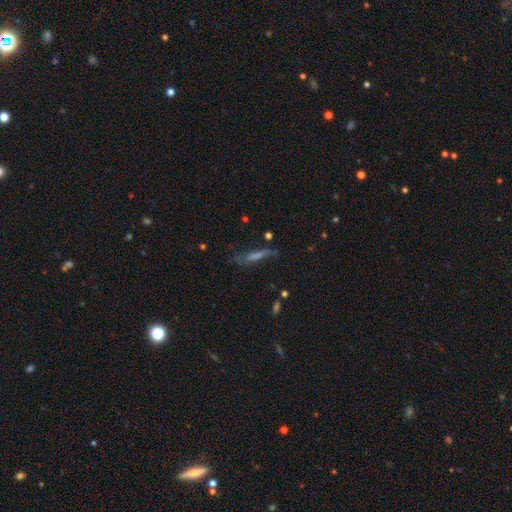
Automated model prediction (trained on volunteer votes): This is possibly a featured or disk galaxy (49%). Merging: likely none (62%).